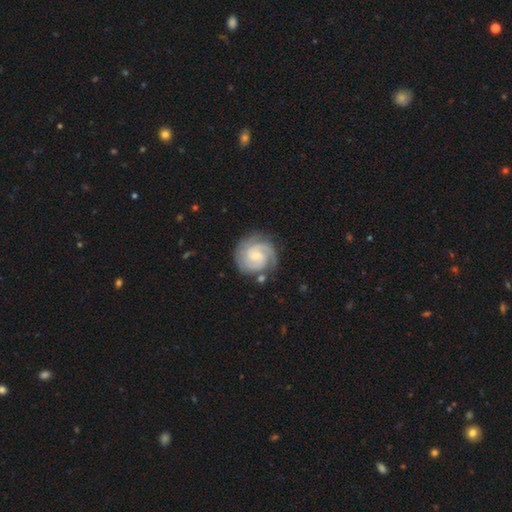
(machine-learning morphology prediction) Smooth or featured: featured or disk — 86% (smooth — 10%)
Edge-on disk: no — 98% (yes — 2%)
Bar: no — 57% (weak — 37%)
Spiral arms: yes — 97% (no — 3%)
Spiral winding: tight — 63% (medium — 32%)
Spiral arm count: 2 — 52% (3 — 25%)
Bulge size: small — 71% (moderate — 22%)
Merging: none — 75% (minor disturbance — 16%)